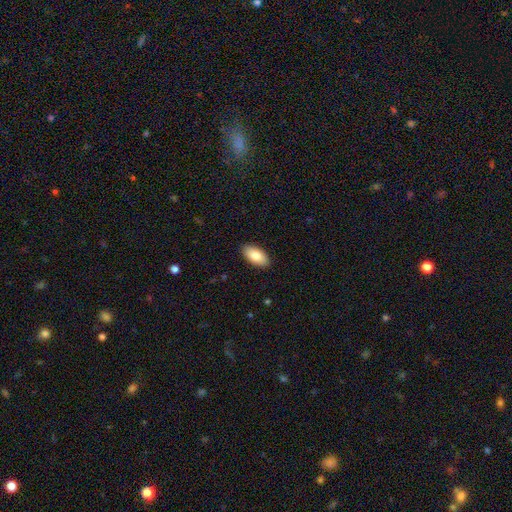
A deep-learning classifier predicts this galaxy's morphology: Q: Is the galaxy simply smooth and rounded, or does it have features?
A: smooth — 84%.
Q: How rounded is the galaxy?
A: in between — 95%.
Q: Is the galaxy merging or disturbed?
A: none — 90%.